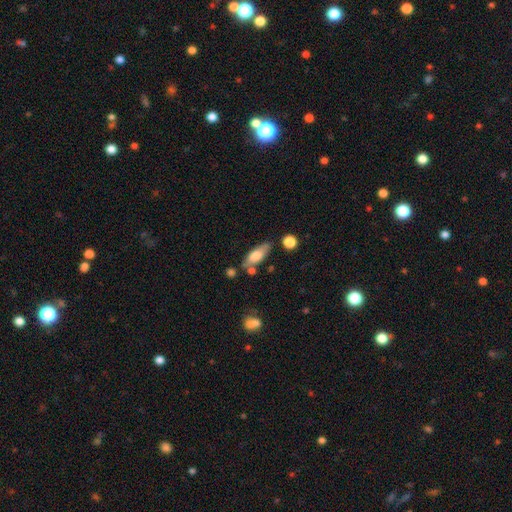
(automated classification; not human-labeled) A smooth galaxy with no disk features (66%) that is in between round and cigar-shaped (67%).

Vote fractions:
- Smooth or featured? smooth: 66% / featured or disk: 27% / star or artifact: 7%
- How rounded? in between: 67% / cigar-shaped: 31% / round: 3%
- Merging? none: 67% / minor disturbance: 18% / merger: 10% / major disturbance: 5%